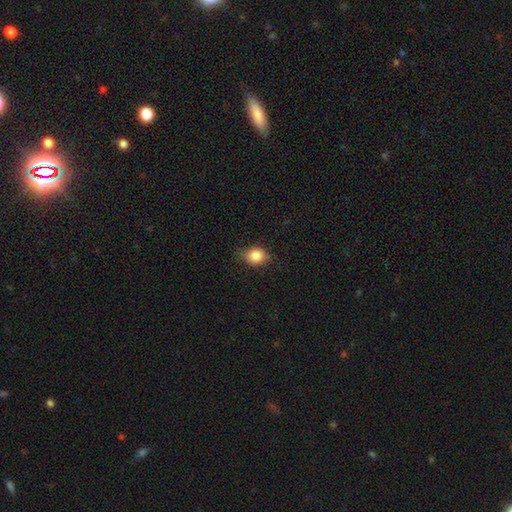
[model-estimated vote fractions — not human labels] smooth_or_featured: smooth (p=0.83) [alt: star or artifact p=0.09]
how_rounded: in between (p=0.55) [alt: round p=0.43]
merging: none (p=0.74) [alt: minor disturbance p=0.21]